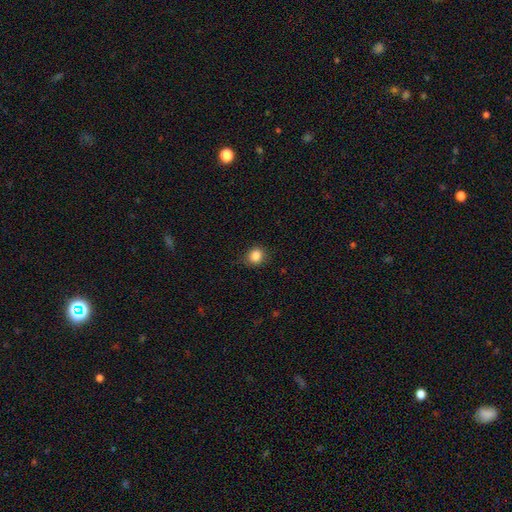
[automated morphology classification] smooth_or_featured: smooth (p=0.85) [alt: star or artifact p=0.10]
how_rounded: round (p=0.76) [alt: in between p=0.23]
merging: none (p=0.82) [alt: minor disturbance p=0.14]